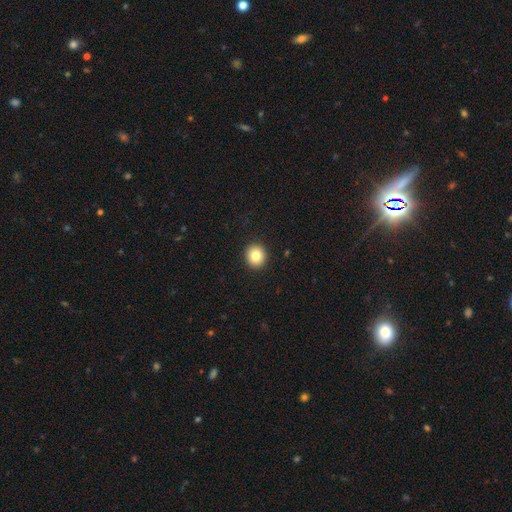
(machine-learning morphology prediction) smooth 82%, star or artifact 10%, featured or disk 8%. Down the decision tree: how rounded — round (90%); merging — none (93%).